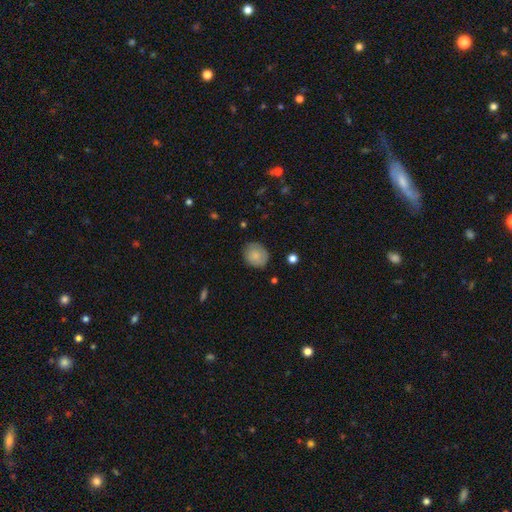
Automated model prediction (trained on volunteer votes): smooth_or_featured: smooth (p=0.84) [alt: featured or disk p=0.09]
how_rounded: round (p=0.71) [alt: in between p=0.28]
merging: none (p=0.81) [alt: minor disturbance p=0.15]